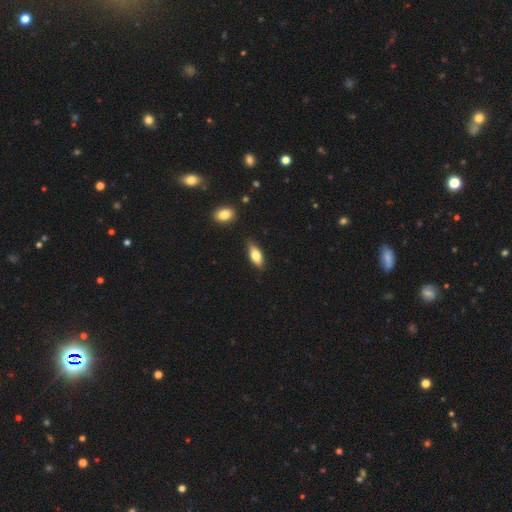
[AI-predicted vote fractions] Q: Smooth or featured?
A: smooth (70%); runner-up: featured or disk (23%)
Q: How rounded?
A: in between (76%); runner-up: cigar-shaped (21%)
Q: Merging?
A: none (79%); runner-up: minor disturbance (16%)